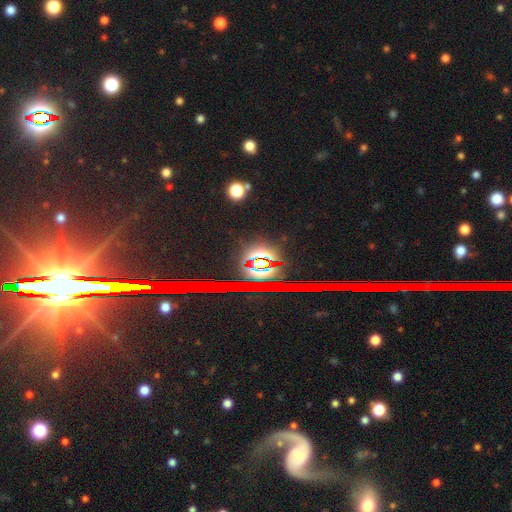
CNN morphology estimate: type=star or artifact (79%).